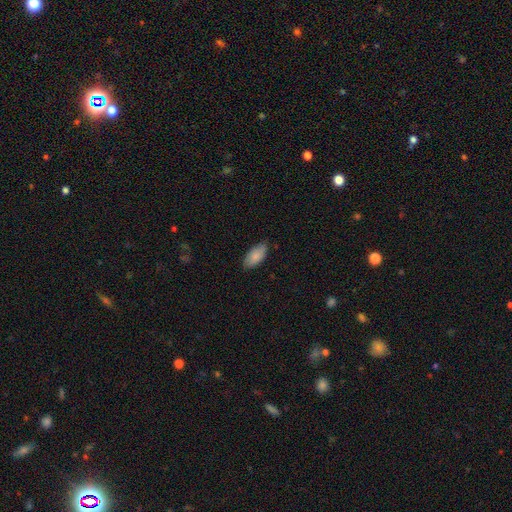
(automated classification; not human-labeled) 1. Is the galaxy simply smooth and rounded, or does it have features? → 85% smooth, 9% featured or disk, 6% star or artifact.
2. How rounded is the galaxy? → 91% in between, 7% cigar-shaped, 2% round.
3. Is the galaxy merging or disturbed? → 82% none, 15% minor disturbance, 2% major disturbance, 1% merger.